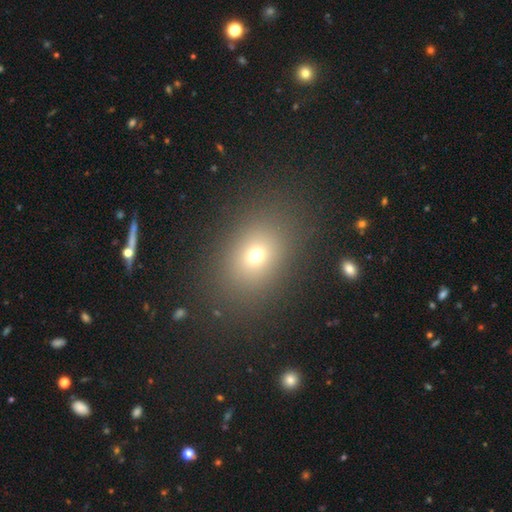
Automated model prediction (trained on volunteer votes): smooth-or-featured: smooth: 70% | star or artifact: 19% | featured or disk: 12%
  how-rounded: in between: 60% | round: 39% | cigar-shaped: 1%
  merging: none: 85% | minor disturbance: 8% | major disturbance: 5% | merger: 2%